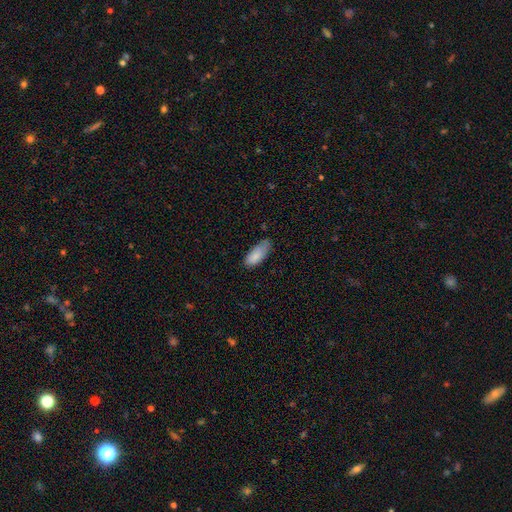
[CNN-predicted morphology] Smooth or featured? smooth (84%)
How rounded? in between (85%)
Merging? none (50%)